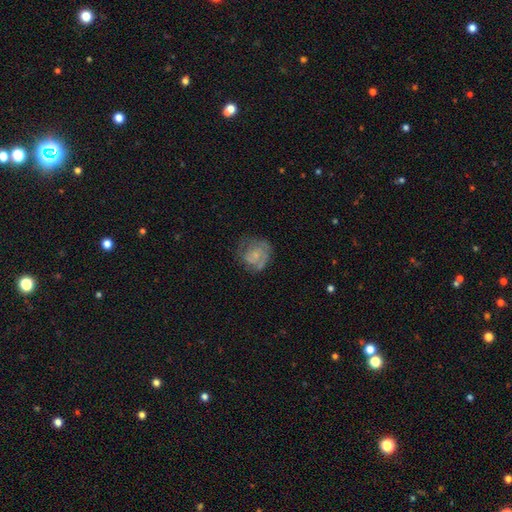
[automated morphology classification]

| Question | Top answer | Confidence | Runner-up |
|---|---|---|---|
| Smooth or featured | featured or disk | 58% | smooth (34%) |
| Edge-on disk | no | 98% | yes (2%) |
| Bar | no | 76% | weak (21%) |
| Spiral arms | yes | 76% | no (24%) |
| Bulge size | small | 60% | moderate (20%) |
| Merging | none | 58% | minor disturbance (24%) |